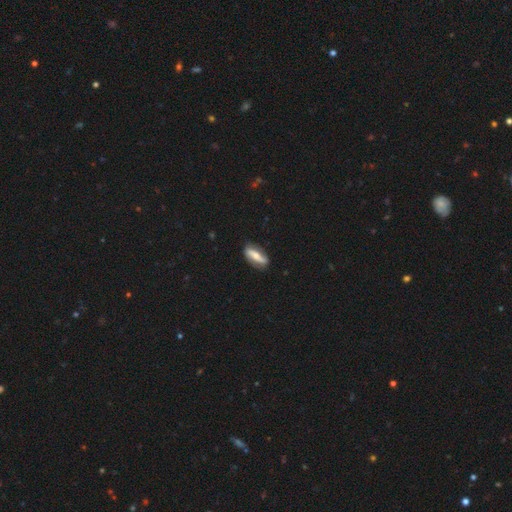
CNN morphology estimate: Q: Smooth or featured?
A: featured or disk (55%); runner-up: smooth (39%)
Q: Edge-on disk?
A: no (75%); runner-up: yes (25%)
Q: Merging?
A: none (80%); runner-up: minor disturbance (15%)